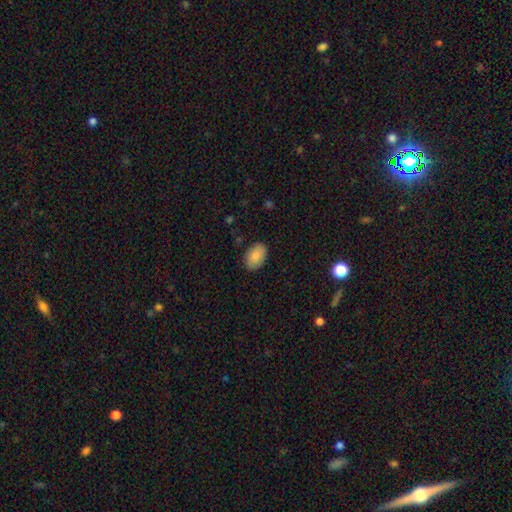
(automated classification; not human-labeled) This appears to be a smooth galaxy with no disk features (88%) that is in between round and cigar-shaped (89%). Merging: none (86%).